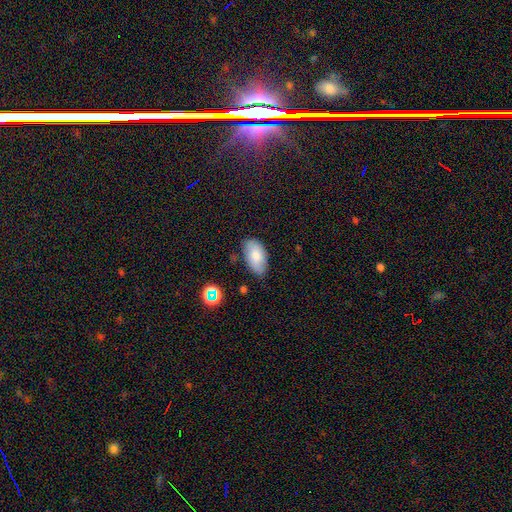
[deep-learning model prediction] A smooth galaxy with no disk features (78%) that is in between round and cigar-shaped (95%). Merging: none (72%).